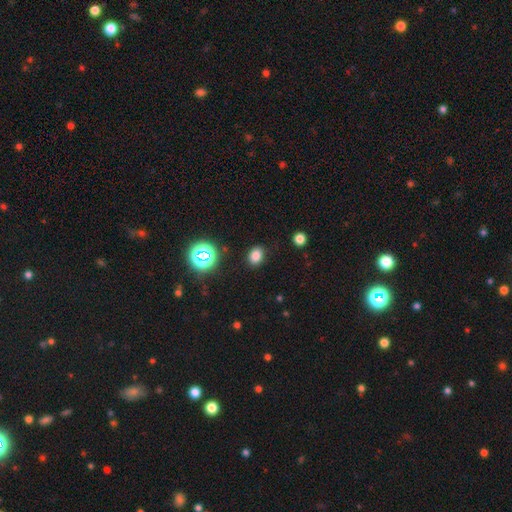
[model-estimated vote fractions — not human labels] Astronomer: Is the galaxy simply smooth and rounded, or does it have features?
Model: smooth — 78%.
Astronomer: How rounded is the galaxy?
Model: in between — 62% (runner-up: round, 37%).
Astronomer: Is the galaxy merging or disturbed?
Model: none — 86%.